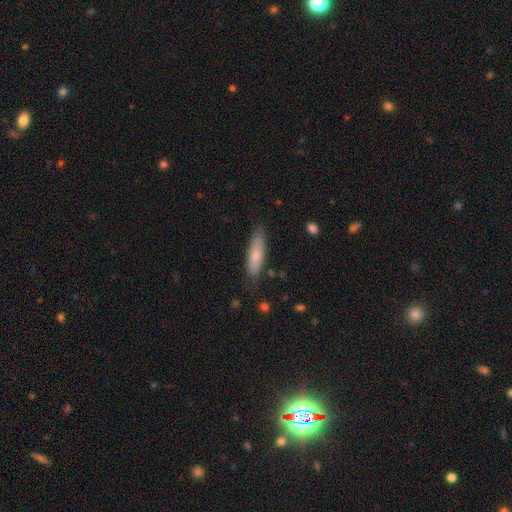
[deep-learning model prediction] smooth_or_featured: smooth (p=0.71) [alt: featured or disk p=0.23]
how_rounded: cigar-shaped (p=0.64) [alt: in between p=0.34]
merging: none (p=0.81) [alt: minor disturbance p=0.15]